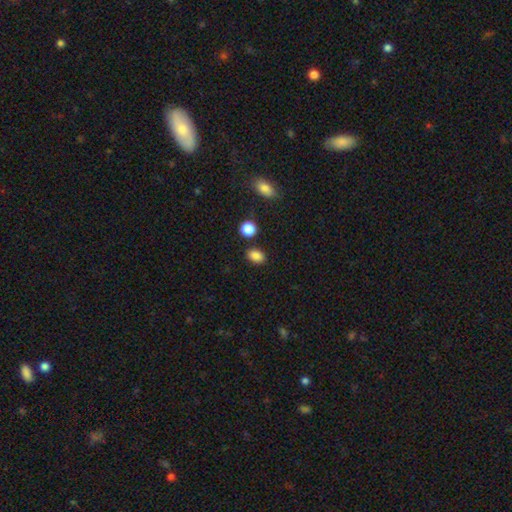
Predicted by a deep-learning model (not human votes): The model was most divided on "how rounded": in between: 75%, round: 23%, cigar-shaped: 2%. More confident: smooth or featured — smooth (85%); merging — none (82%).